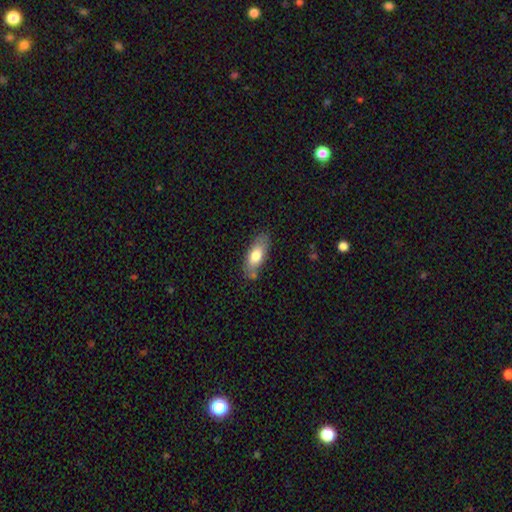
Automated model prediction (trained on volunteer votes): smooth_or_featured: smooth (p=0.75) [alt: featured or disk p=0.19]
how_rounded: in between (p=0.79) [alt: cigar-shaped p=0.18]
merging: none (p=0.75) [alt: minor disturbance p=0.18]